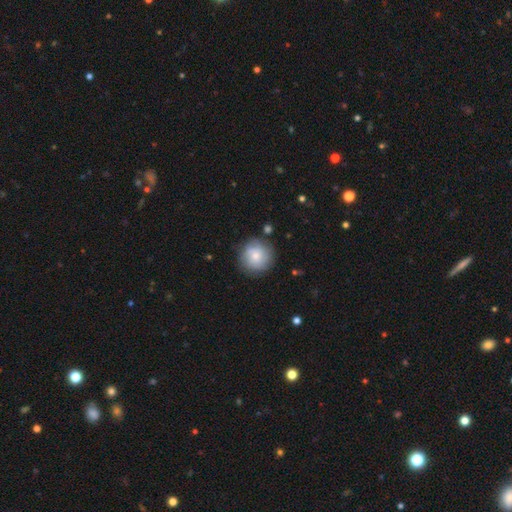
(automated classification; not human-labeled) smooth_or_featured: smooth (p=0.69) [alt: featured or disk p=0.23]
how_rounded: round (p=0.94) [alt: in between p=0.05]
merging: none (p=0.79) [alt: minor disturbance p=0.13]